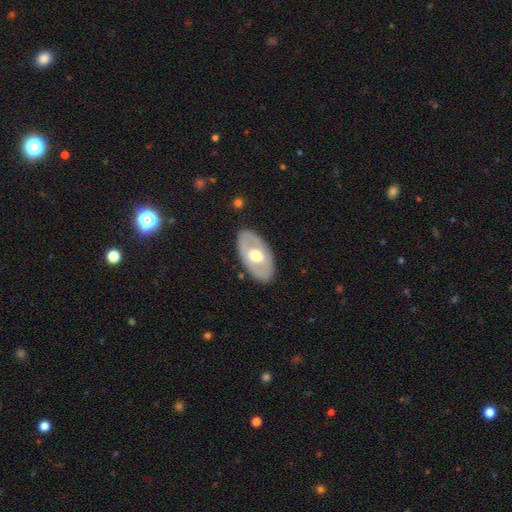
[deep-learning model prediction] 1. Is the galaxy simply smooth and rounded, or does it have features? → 55% featured or disk, 41% smooth, 5% star or artifact.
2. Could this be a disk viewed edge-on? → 86% no, 14% yes.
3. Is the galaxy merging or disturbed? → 83% none, 12% minor disturbance, 4% major disturbance, 1% merger.